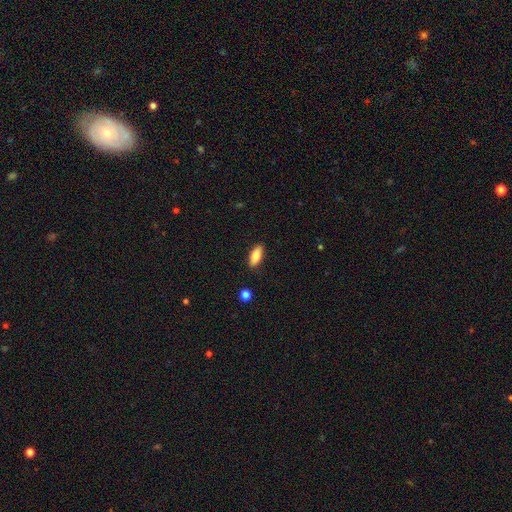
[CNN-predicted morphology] A smooth galaxy with no disk features (81%) that is in between round and cigar-shaped (79%).

Vote fractions:
- Smooth or featured? smooth: 81% / featured or disk: 12% / star or artifact: 7%
- How rounded? in between: 79% / cigar-shaped: 19% / round: 2%
- Merging? none: 87% / minor disturbance: 9% / major disturbance: 2% / merger: 1%